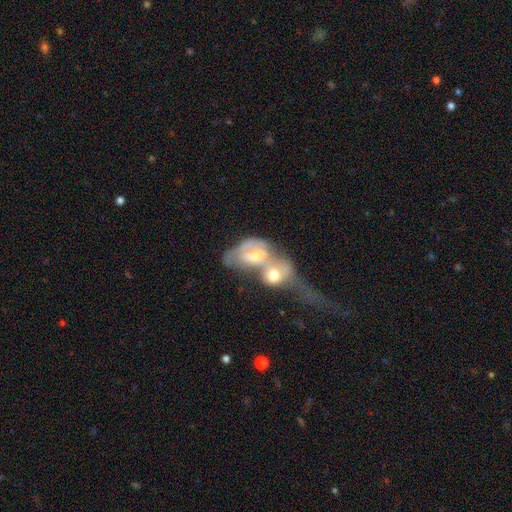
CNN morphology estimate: smooth_or_featured: featured or disk (p=0.66) [alt: smooth p=0.24]
disk_edge_on: no (p=0.89) [alt: yes p=0.11]
bar: no (p=0.63) [alt: weak p=0.27]
has_spiral_arms: yes (p=0.55) [alt: no p=0.45]
bulge_size: moderate (p=0.58) [alt: small p=0.27]
merging: merger (p=0.75) [alt: major disturbance p=0.11]